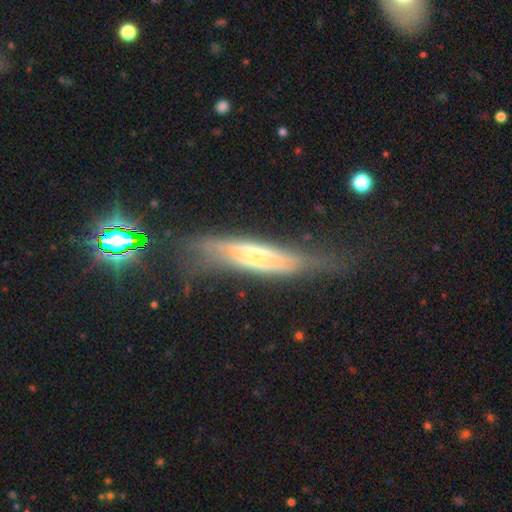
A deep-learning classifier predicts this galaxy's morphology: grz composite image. It shows a featured or disk galaxy (70%) viewed edge-on (80%) with a rounded central bulge (47%). Merging: none (57%).